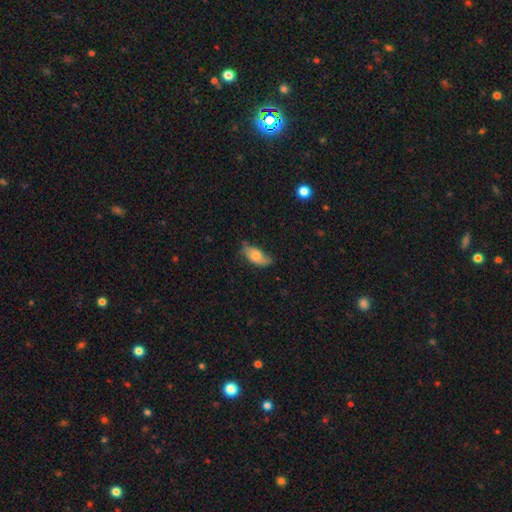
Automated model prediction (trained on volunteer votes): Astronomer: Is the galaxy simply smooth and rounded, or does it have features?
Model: smooth — 61%.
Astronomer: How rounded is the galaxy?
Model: in between — 88%.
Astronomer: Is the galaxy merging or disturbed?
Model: none — 55% (runner-up: minor disturbance, 33%).